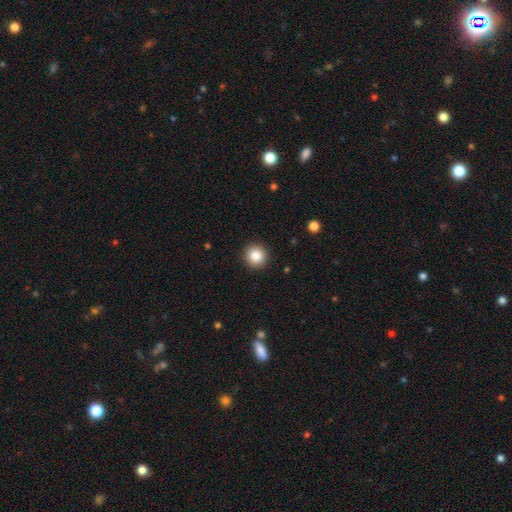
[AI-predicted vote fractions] Smooth or featured?
  - smooth: 85% *
  - star or artifact: 10%
  - featured or disk: 6%
How rounded?
  - round: 94% *
  - in between: 5%
  - cigar-shaped: 1%
Merging?
  - none: 92% *
  - minor disturbance: 5%
  - major disturbance: 2%
  - merger: 1%